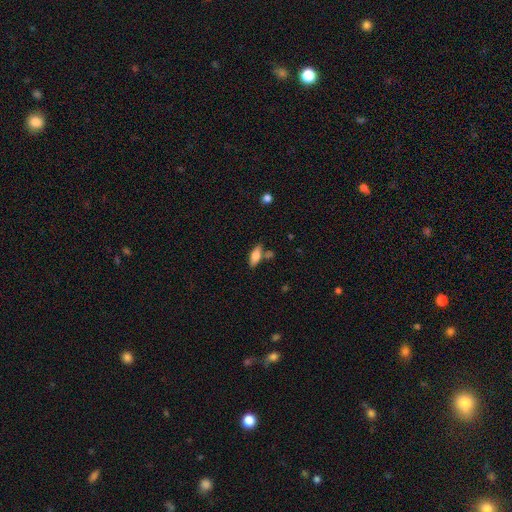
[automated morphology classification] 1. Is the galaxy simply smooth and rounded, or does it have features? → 71% smooth, 22% featured or disk, 7% star or artifact.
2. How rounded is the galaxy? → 72% in between, 26% cigar-shaped, 3% round.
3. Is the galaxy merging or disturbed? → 69% none, 15% minor disturbance, 12% merger, 4% major disturbance.